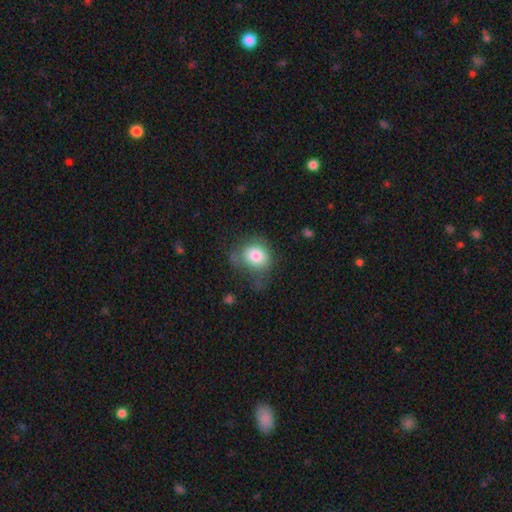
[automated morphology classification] This appears to be a smooth galaxy with no disk features (78%) that is round (64%). Merging: none (43%).